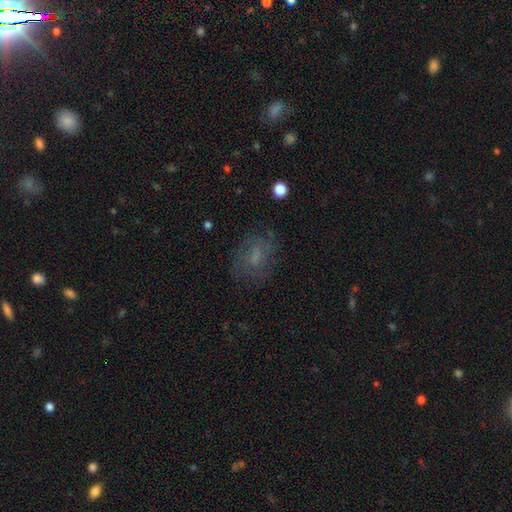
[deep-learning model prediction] Smooth or featured? Predicted: smooth (p=0.49). Merging? Predicted: none (p=0.67).